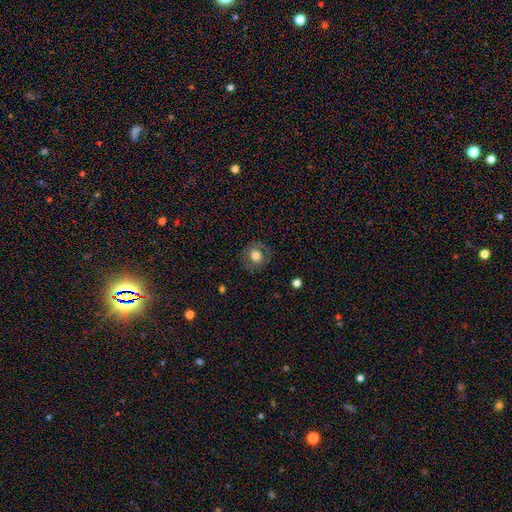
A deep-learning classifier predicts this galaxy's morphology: Smooth or featured?
  - smooth: 66% *
  - featured or disk: 24%
  - star or artifact: 9%
How rounded?
  - round: 85% *
  - in between: 14%
  - cigar-shaped: 1%
Merging?
  - none: 80% *
  - minor disturbance: 13%
  - major disturbance: 6%
  - merger: 1%